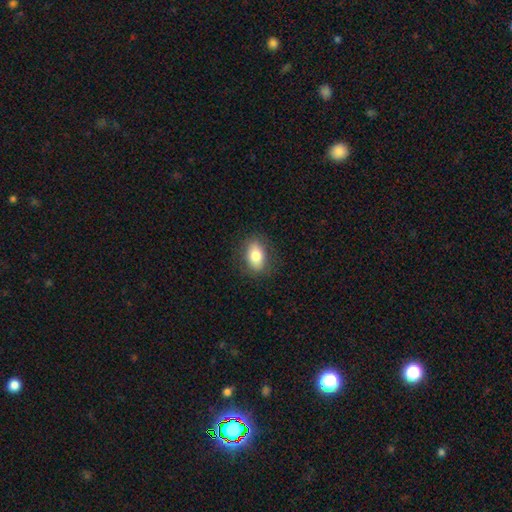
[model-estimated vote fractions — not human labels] A smooth galaxy with no disk features (78%) that is in between round and cigar-shaped (84%). Merging: none (84%).